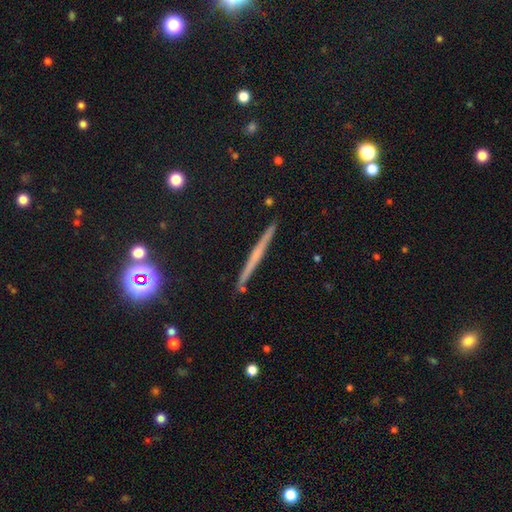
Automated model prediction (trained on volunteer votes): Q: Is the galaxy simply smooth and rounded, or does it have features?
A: featured or disk — 54%.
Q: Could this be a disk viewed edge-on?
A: yes — 97%.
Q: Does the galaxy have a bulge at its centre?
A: none — 75%.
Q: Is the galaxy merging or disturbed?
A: none — 91%.